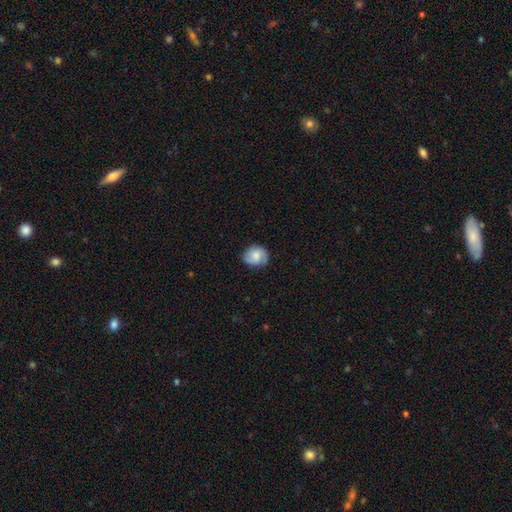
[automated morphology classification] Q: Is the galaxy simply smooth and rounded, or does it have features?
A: smooth — 59%.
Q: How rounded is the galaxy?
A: round — 74%.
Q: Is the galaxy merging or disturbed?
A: none — 74%.